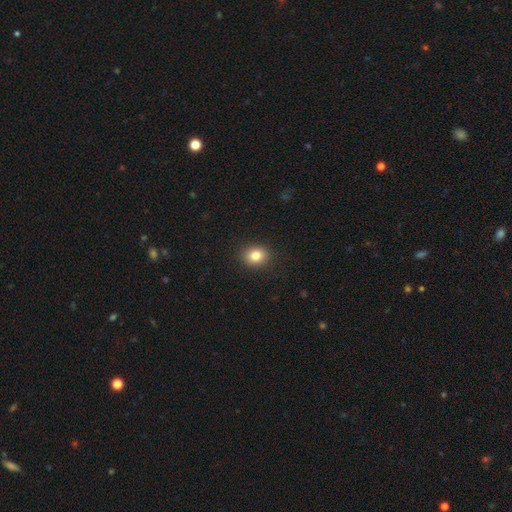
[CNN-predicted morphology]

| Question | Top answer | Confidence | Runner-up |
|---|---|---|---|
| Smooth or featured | smooth | 83% | star or artifact (11%) |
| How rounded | round | 63% | in between (36%) |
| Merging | none | 90% | minor disturbance (7%) |